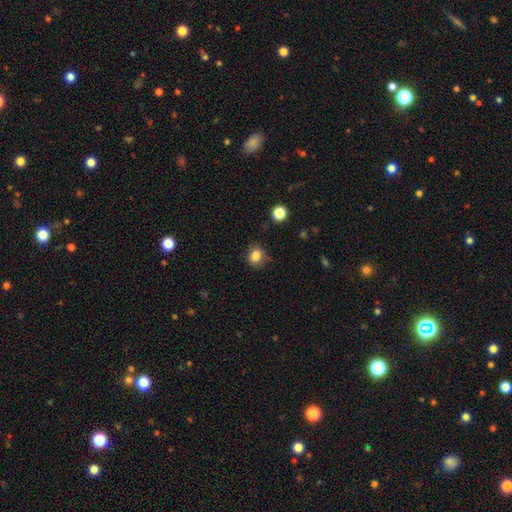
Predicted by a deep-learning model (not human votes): Smooth or featured? smooth (83%)
How rounded? round (59%)
Merging? none (77%)